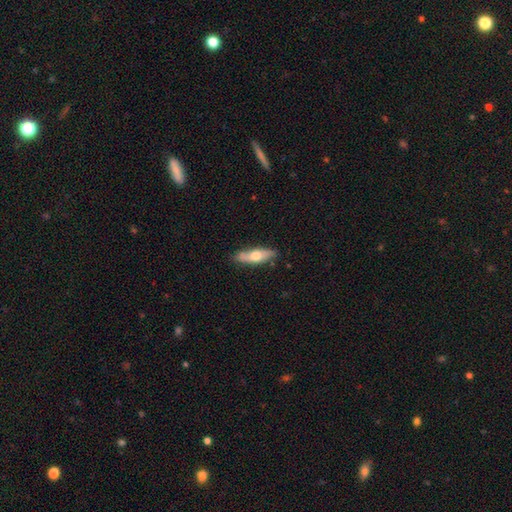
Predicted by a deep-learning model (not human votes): The model was most divided on "how rounded": in between: 50%, cigar-shaped: 47%, round: 3%. More confident: merging — none (78%); smooth or featured — smooth (56%).